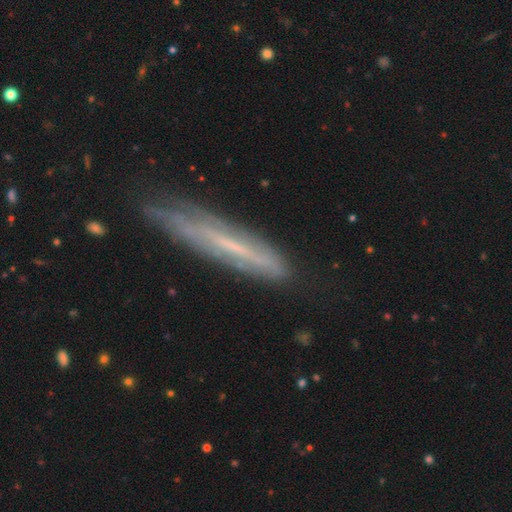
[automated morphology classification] featured or disk 62%, smooth 31%, star or artifact 7%. Down the decision tree: edge-on disk — yes (72%); merging — none (62%).